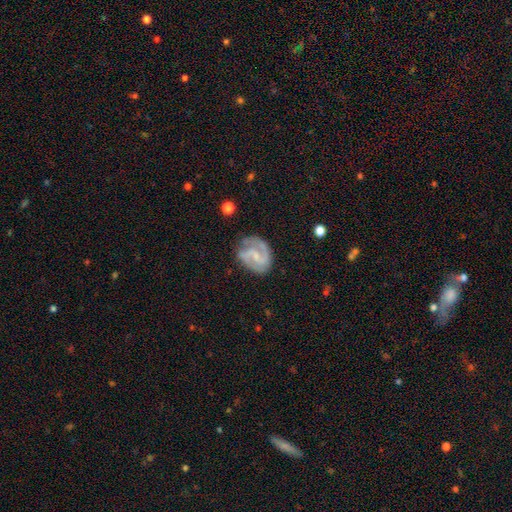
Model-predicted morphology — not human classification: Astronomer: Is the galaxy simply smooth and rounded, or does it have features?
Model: featured or disk — 85%.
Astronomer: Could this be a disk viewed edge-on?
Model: no — 98%.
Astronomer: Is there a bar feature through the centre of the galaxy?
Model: weak — 51% (runner-up: no, 31%).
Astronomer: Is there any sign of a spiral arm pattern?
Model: yes — 96%.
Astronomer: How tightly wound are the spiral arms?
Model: medium — 52% (runner-up: tight, 30%).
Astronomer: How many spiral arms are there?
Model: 2 — 86%.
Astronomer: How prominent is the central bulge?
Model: small — 56%.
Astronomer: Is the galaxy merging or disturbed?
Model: none — 69%.